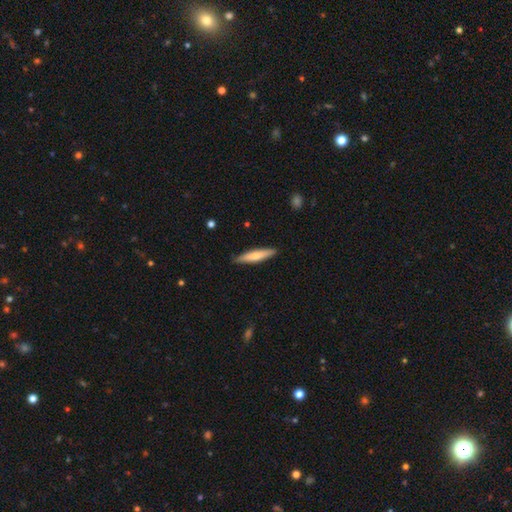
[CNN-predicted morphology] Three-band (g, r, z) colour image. It shows a smooth galaxy with no disk features (67%) that is cigar-shaped (85%). Merging: none (87%).